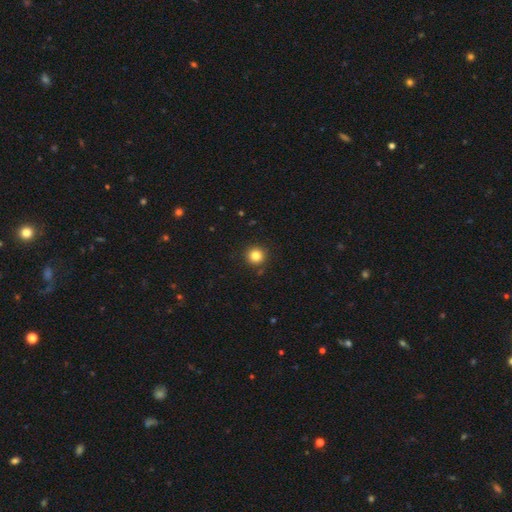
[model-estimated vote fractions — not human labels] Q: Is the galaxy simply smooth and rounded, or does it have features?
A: smooth — 83%.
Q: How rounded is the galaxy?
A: round — 95%.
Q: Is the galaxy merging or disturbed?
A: none — 91%.